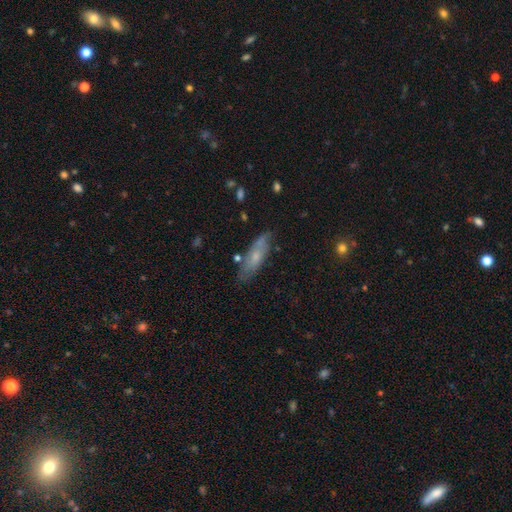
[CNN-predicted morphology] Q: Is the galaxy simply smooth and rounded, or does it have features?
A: smooth — 50%.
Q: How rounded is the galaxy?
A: cigar-shaped — 53%.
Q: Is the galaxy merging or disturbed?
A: none — 72%.